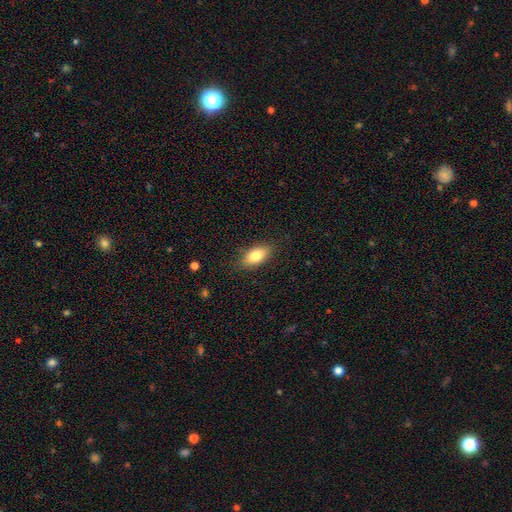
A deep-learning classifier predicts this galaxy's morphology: This is likely a smooth galaxy (79%). How rounded: clearly in between (88%). Merging: clearly none (84%).